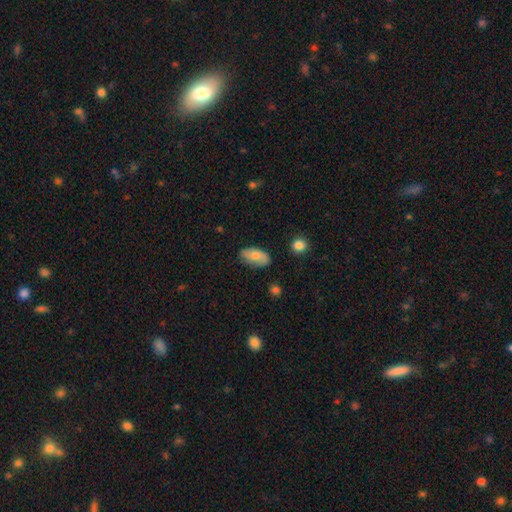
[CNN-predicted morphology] smooth-or-featured: smooth: 73% | featured or disk: 20% | star or artifact: 7%
  how-rounded: in between: 93% | round: 4% | cigar-shaped: 3%
  merging: none: 75% | minor disturbance: 20% | major disturbance: 4% | merger: 2%